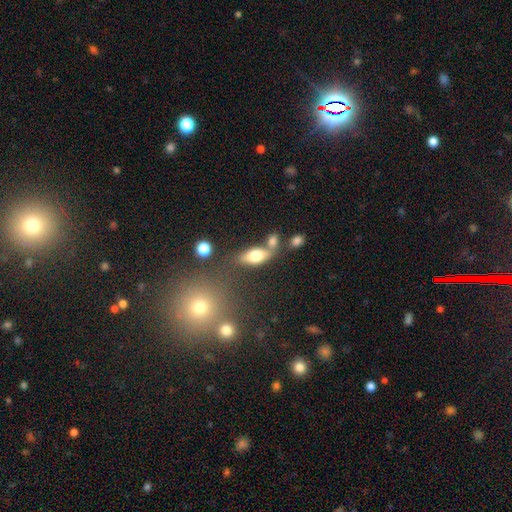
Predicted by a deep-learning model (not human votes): This appears to be a smooth galaxy with no disk features (71%) that is in between round and cigar-shaped (83%). Merging: none (49%).